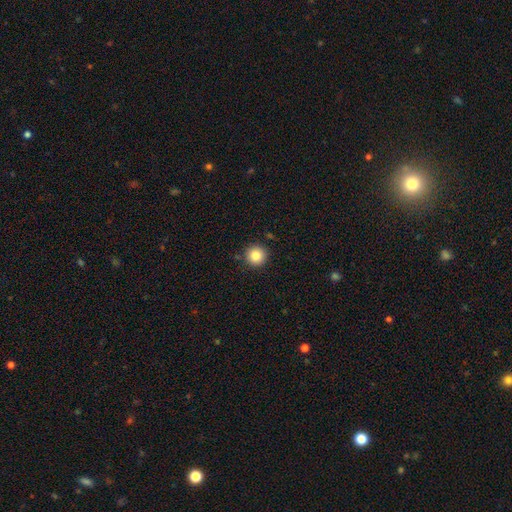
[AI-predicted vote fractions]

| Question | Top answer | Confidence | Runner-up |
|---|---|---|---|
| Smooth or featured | smooth | 85% | star or artifact (10%) |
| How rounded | round | 95% | in between (4%) |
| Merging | none | 89% | minor disturbance (7%) |